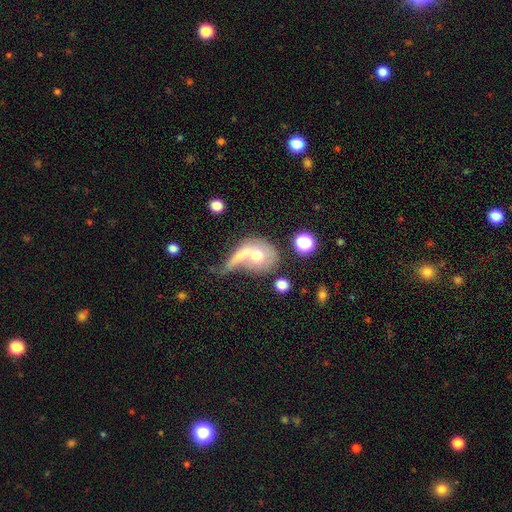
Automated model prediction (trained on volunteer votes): Morphology: type=smooth (58%); roundness=round (62%); merging=merger (41%).